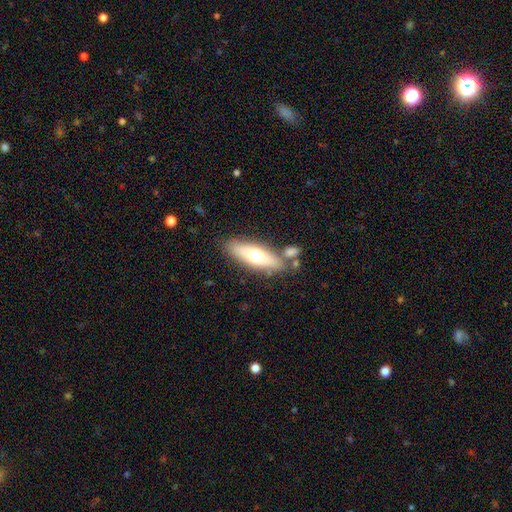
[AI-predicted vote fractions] smooth 57%, featured or disk 37%, star or artifact 6%. Down the decision tree: how rounded — cigar-shaped (49%); merging — none (73%).